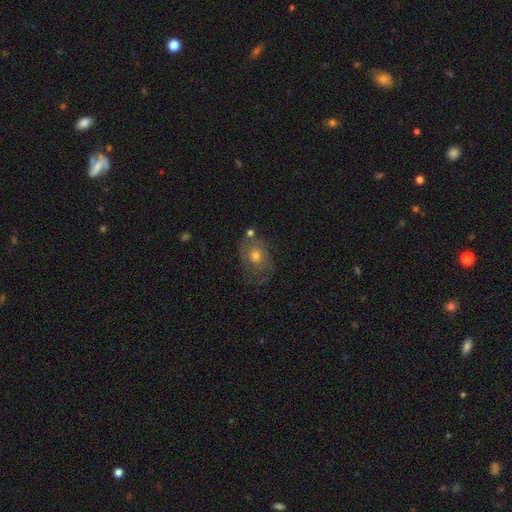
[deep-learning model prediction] The model was most divided on "smooth or featured": smooth: 45%, featured or disk: 44%, star or artifact: 11%. More confident: merging — none (56%).